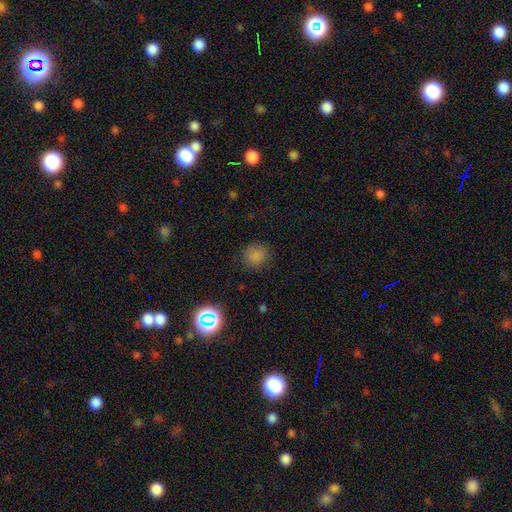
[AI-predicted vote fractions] Smooth or featured? Predicted: smooth (p=0.81). How rounded? Predicted: round (p=0.90). Merging? Predicted: none (p=0.85).